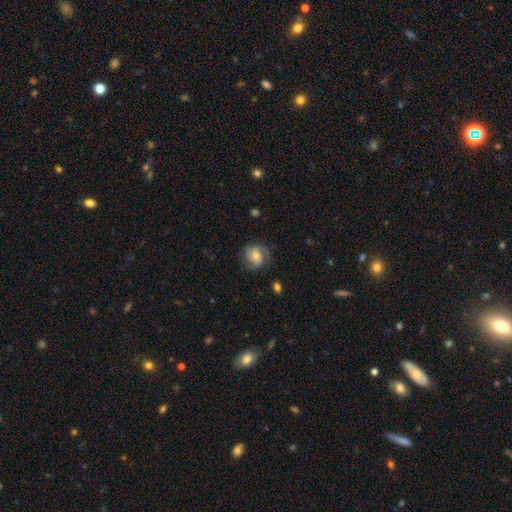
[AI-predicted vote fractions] Smooth or featured?
  - featured or disk: 62% *
  - smooth: 30%
  - star or artifact: 8%
Edge-on disk?
  - no: 97% *
  - yes: 3%
Bar?
  - no: 58% *
  - weak: 34%
  - strong: 8%
Spiral arms?
  - yes: 91% *
  - no: 9%
Spiral winding?
  - medium: 43% *
  - tight: 41%
  - loose: 16%
Spiral arm count?
  - 2: 53% *
  - 3: 21%
  - can't tell: 15%
  - 1: 4%
  - 4: 3%
  - more than 4: 3%
Bulge size?
  - moderate: 51% *
  - small: 40%
  - large: 5%
  - none: 3%
  - dominant: 1%
Merging?
  - none: 75% *
  - minor disturbance: 17%
  - major disturbance: 7%
  - merger: 1%